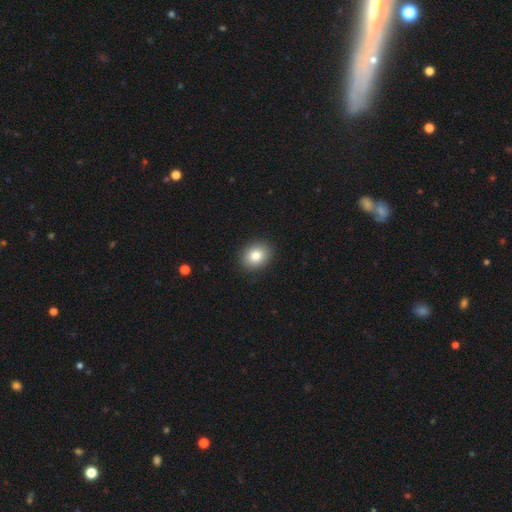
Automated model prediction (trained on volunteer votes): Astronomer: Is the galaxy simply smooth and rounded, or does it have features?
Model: smooth — 82%.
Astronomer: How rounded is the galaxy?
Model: round — 61% (runner-up: in between, 39%).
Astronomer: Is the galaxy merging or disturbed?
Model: none — 91%.